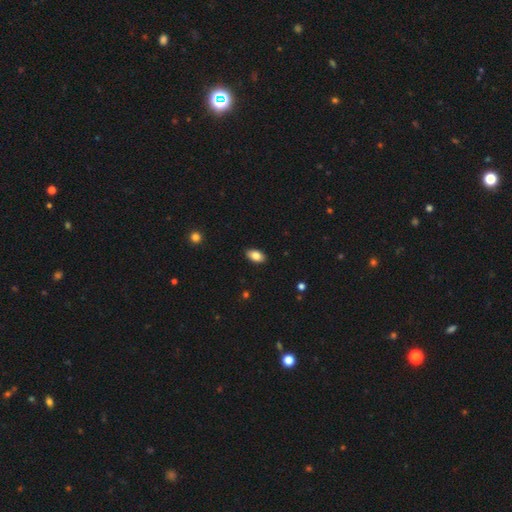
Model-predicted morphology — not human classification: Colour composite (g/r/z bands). It shows a smooth galaxy with no disk features (84%) that is in between round and cigar-shaped (92%). Merging: none (89%).